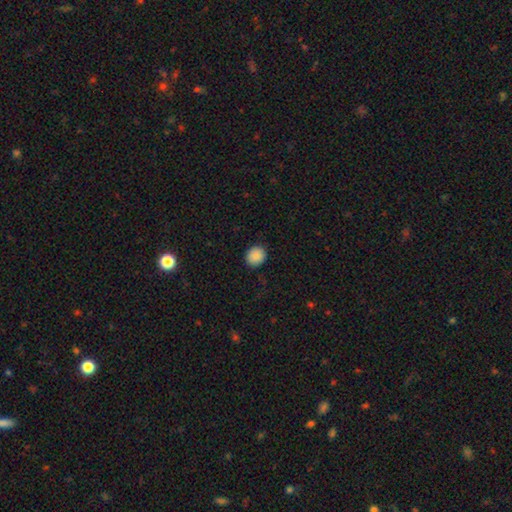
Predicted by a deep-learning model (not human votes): Smooth or featured? smooth (88%)
How rounded? round (81%)
Merging? none (90%)